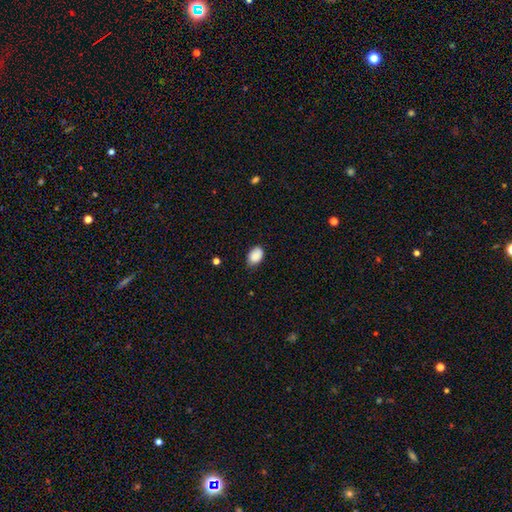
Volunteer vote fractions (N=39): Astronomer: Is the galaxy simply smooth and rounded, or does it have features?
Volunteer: smooth — 87%.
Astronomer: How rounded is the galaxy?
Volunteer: in between — 74%.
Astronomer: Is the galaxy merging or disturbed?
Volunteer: none — 60%.